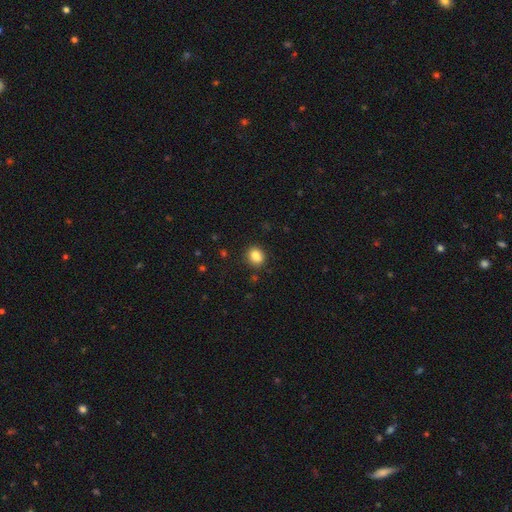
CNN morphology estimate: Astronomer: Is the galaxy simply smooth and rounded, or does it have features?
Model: smooth — 84%.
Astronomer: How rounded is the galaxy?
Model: round — 67%.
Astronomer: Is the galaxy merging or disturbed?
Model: none — 85%.